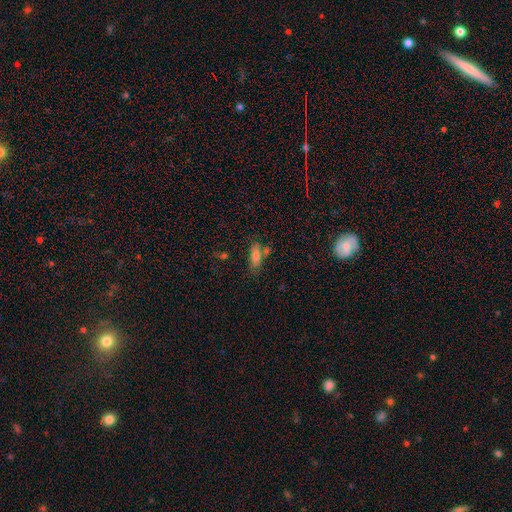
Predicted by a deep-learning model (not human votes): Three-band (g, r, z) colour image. It shows a smooth galaxy with no disk features (76%) that is in between round and cigar-shaped (69%). Merging: none (62%).